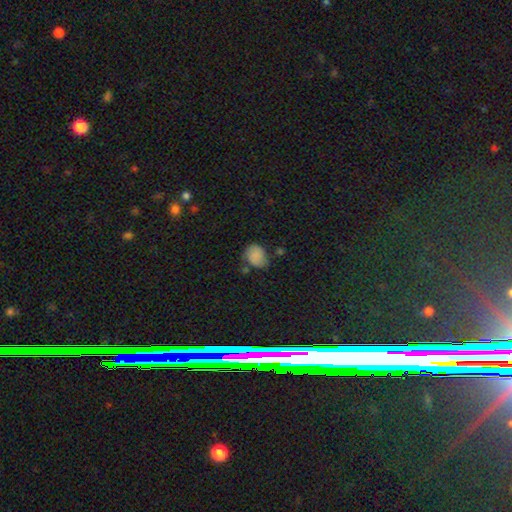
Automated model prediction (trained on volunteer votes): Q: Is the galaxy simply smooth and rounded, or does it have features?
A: smooth — 74%.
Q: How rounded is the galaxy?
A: round — 57%.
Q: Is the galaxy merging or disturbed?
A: none — 56%.